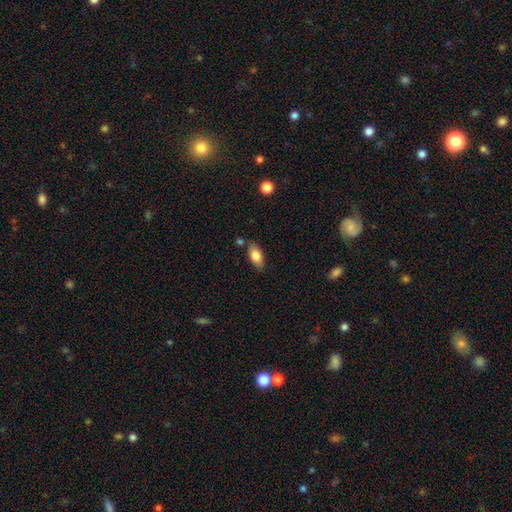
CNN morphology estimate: Smooth or featured: smooth — 82% (featured or disk — 11%)
How rounded: in between — 90% (cigar-shaped — 6%)
Merging: none — 75% (minor disturbance — 15%)